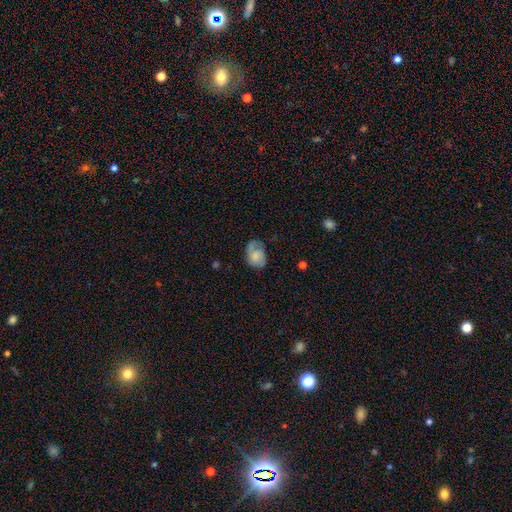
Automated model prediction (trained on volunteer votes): This appears to be a smooth galaxy with no disk features (49%). Merging: none (50%).